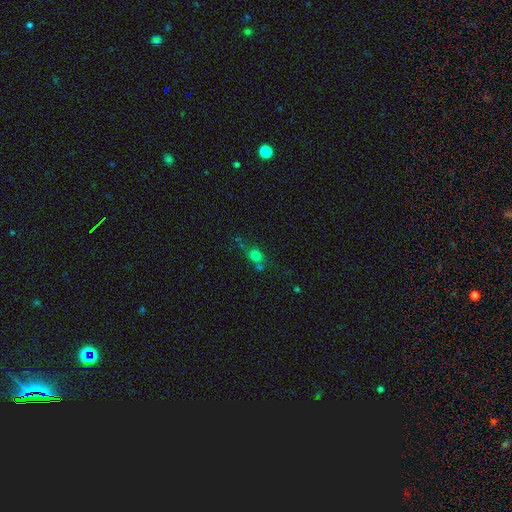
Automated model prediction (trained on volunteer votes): The model was most divided on "merging": none: 47%, merger: 27%, minor disturbance: 15%, major disturbance: 10%. More confident: how rounded — round (68%); smooth or featured — smooth (63%).